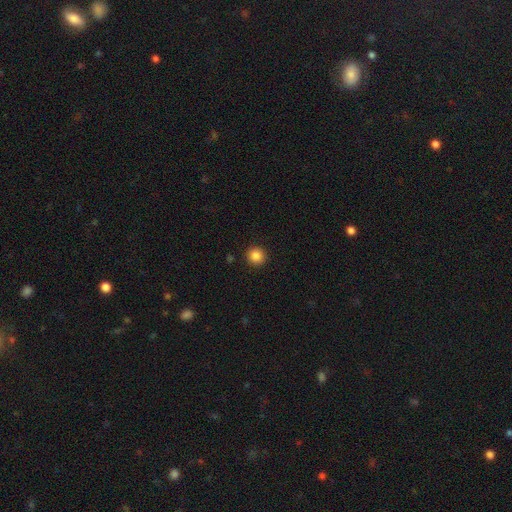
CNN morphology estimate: The model was most divided on "smooth or featured": smooth: 86%, star or artifact: 11%, featured or disk: 3%. More confident: how rounded — round (95%); merging — none (92%).